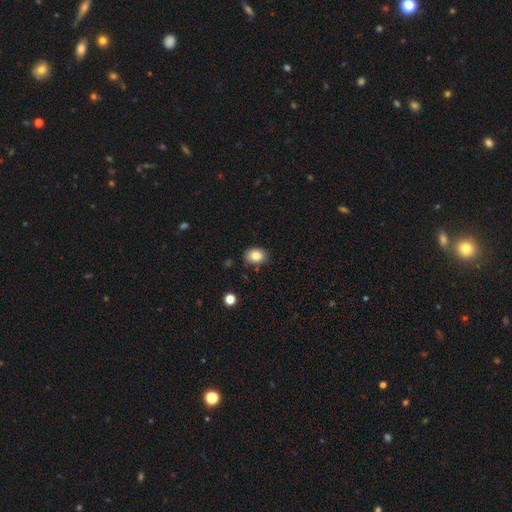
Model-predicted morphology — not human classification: This is clearly a smooth galaxy (85%). How rounded: likely in between (64%). Merging: clearly none (83%).